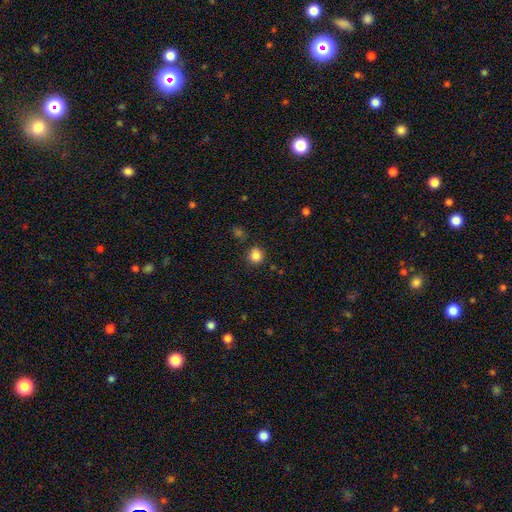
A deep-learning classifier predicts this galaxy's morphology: type=smooth (84%); roundness=round (89%); merging=none (86%).